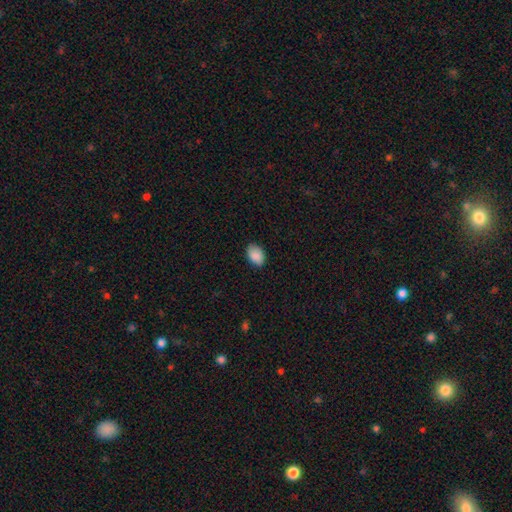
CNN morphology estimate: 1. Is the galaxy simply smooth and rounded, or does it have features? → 89% smooth, 7% star or artifact, 4% featured or disk.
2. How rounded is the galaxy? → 86% in between, 13% round, 1% cigar-shaped.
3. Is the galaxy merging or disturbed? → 83% none, 14% minor disturbance, 2% major disturbance, 1% merger.